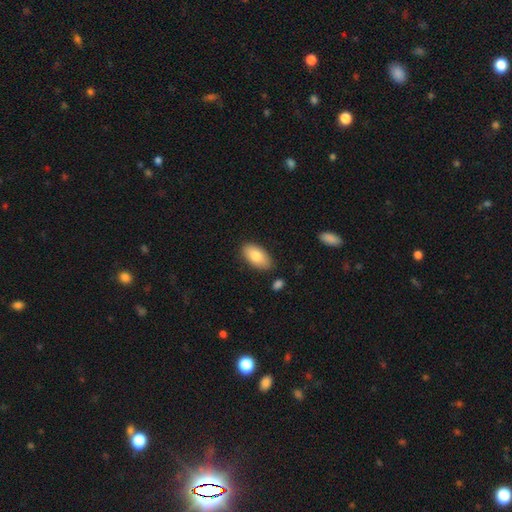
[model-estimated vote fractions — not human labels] A smooth galaxy with no disk features (82%) that is in between round and cigar-shaped (93%). Merging: none (83%).